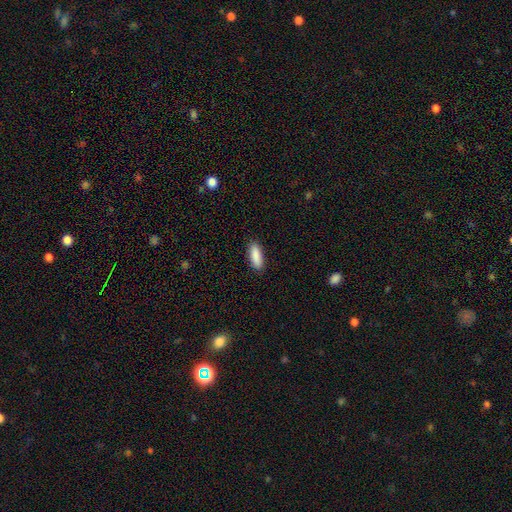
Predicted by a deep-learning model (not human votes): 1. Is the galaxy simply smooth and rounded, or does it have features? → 90% smooth, 6% star or artifact, 4% featured or disk.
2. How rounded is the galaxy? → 63% in between, 35% cigar-shaped, 2% round.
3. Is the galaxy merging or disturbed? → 89% none, 8% minor disturbance, 2% major disturbance, 1% merger.